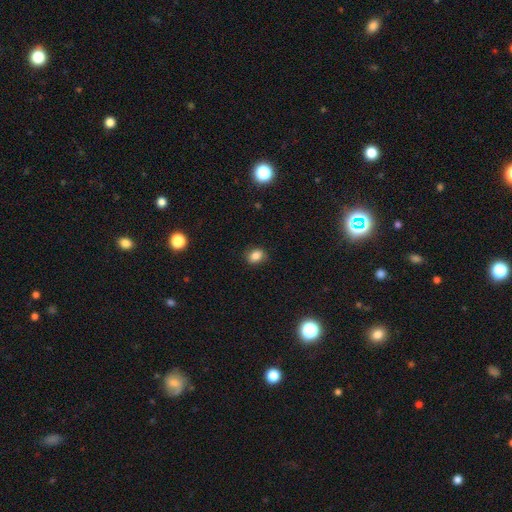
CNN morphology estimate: Smooth or featured? smooth (84%)
How rounded? in between (55%)
Merging? none (82%)